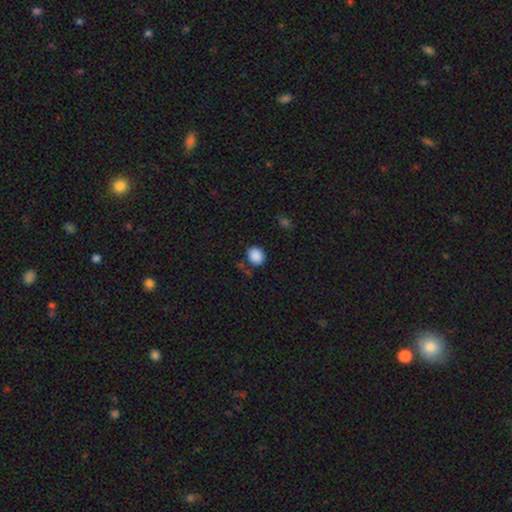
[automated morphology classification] smooth 88%, star or artifact 9%, featured or disk 3%. Down the decision tree: how rounded — round (68%); merging — none (82%).